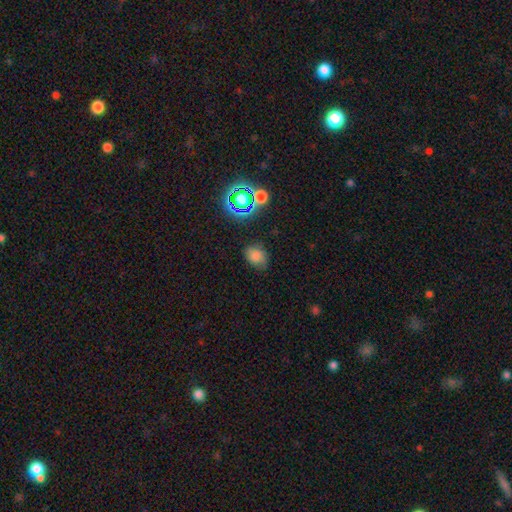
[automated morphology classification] type=smooth (73%); roundness=in between (58%); merging=none (75%).